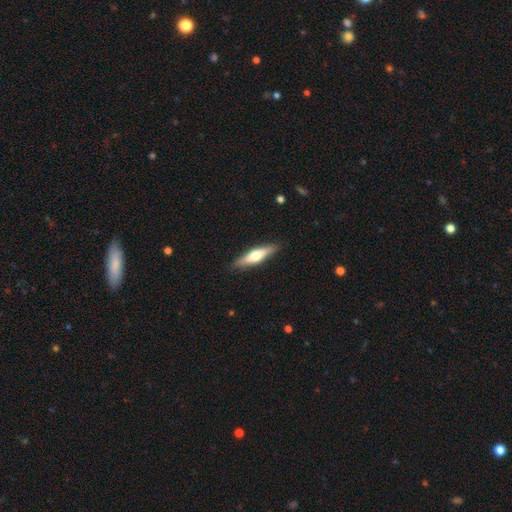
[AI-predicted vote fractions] Morphology: type=smooth (49%); merging=none (88%).